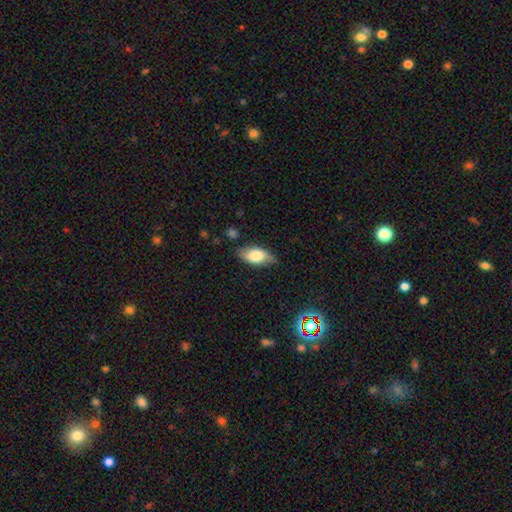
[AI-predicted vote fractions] Smooth or featured?
  - smooth: 70% *
  - featured or disk: 23%
  - star or artifact: 7%
How rounded?
  - in between: 88% *
  - cigar-shaped: 8%
  - round: 3%
Merging?
  - none: 74% *
  - minor disturbance: 20%
  - major disturbance: 4%
  - merger: 2%